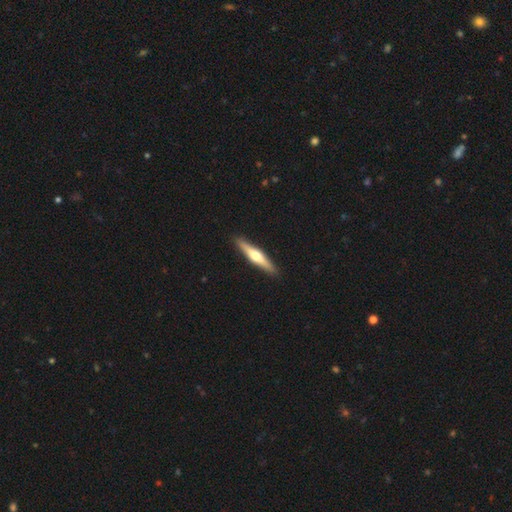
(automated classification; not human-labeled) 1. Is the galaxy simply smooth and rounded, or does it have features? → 61% featured or disk, 34% smooth, 5% star or artifact.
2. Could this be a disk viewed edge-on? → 97% yes, 3% no.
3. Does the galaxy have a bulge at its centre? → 93% rounded, 4% none, 4% boxy.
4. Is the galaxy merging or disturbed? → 92% none, 6% minor disturbance, 1% major disturbance, 1% merger.